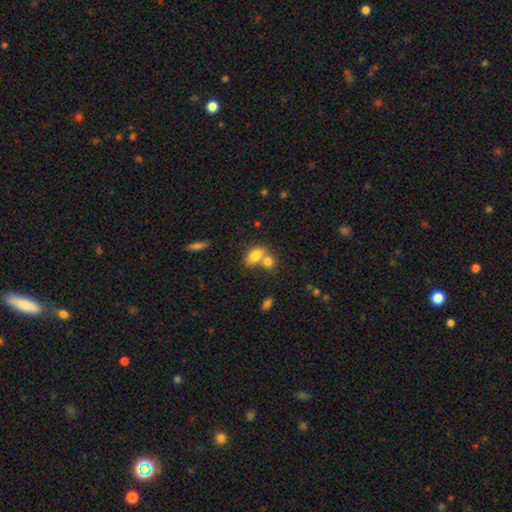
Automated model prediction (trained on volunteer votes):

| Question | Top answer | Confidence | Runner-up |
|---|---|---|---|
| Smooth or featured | smooth | 80% | featured or disk (11%) |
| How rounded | in between | 84% | round (14%) |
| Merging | merger | 52% | none (35%) |